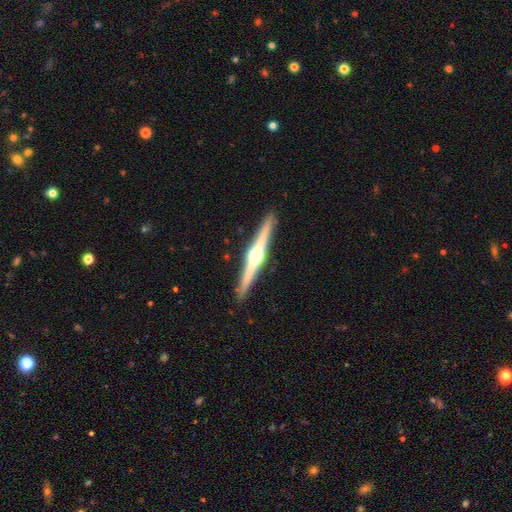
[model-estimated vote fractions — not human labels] smooth_or_featured: featured or disk (p=0.83) [alt: smooth p=0.12]
disk_edge_on: yes (p=0.99) [alt: no p=0.01]
edge_on_bulge: rounded (p=0.95) [alt: boxy p=0.03]
merging: none (p=0.92) [alt: minor disturbance p=0.06]